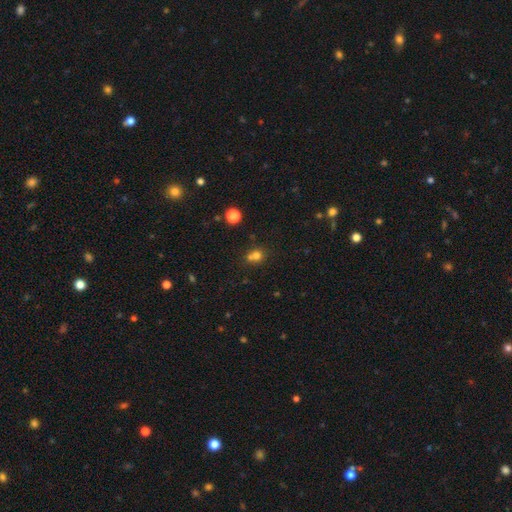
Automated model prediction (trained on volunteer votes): Smooth or featured? smooth (72%)
How rounded? round (76%)
Merging? none (44%)